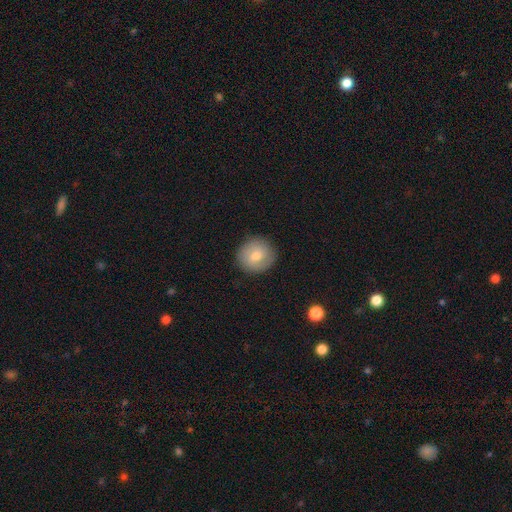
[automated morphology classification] Smooth or featured? smooth (66%)
How rounded? round (91%)
Merging? none (88%)